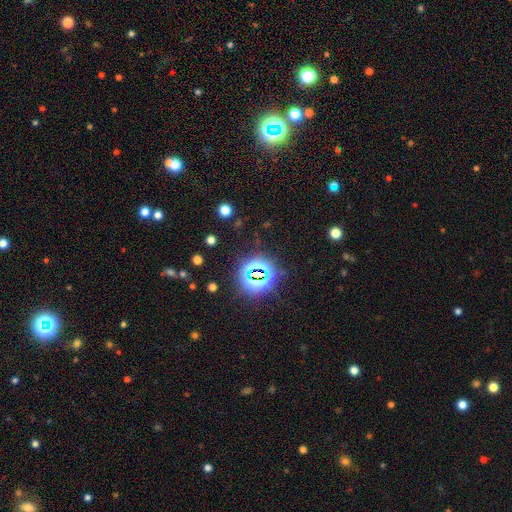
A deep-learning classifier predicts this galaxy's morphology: Smooth or featured? star or artifact (79%)